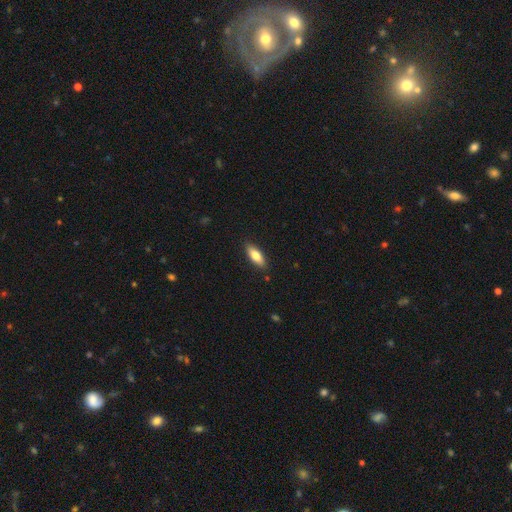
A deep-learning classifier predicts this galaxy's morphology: type=smooth (78%); roundness=in between (70%); merging=none (87%).